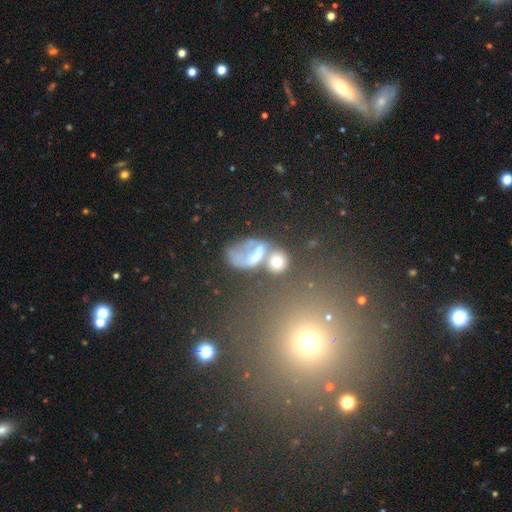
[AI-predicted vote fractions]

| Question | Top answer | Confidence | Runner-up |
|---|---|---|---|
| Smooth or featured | smooth | 45% | featured or disk (37%) |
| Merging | merger | 42% | major disturbance (28%) |